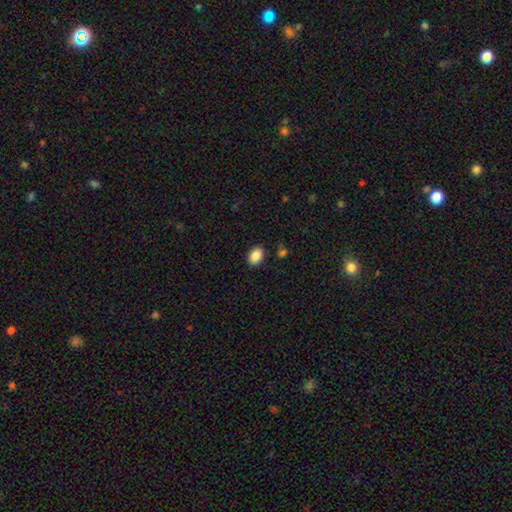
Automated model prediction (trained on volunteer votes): Overall: smooth (89%). How rounded: in between (85%). Merging: none (87%).